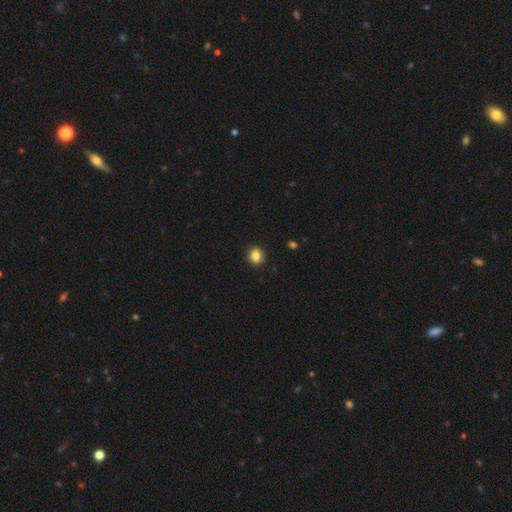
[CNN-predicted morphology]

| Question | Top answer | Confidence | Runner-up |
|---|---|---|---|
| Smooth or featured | smooth | 86% | star or artifact (10%) |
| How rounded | round | 60% | in between (39%) |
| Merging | none | 89% | minor disturbance (8%) |